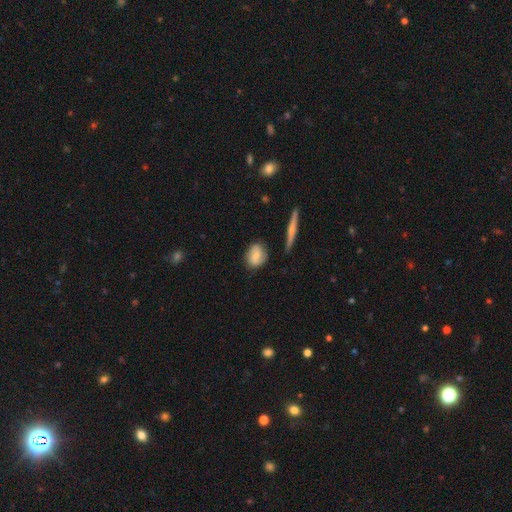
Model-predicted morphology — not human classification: smooth_or_featured: smooth (p=0.64) [alt: featured or disk p=0.29]
how_rounded: in between (p=0.54) [alt: round p=0.41]
merging: none (p=0.74) [alt: minor disturbance p=0.19]